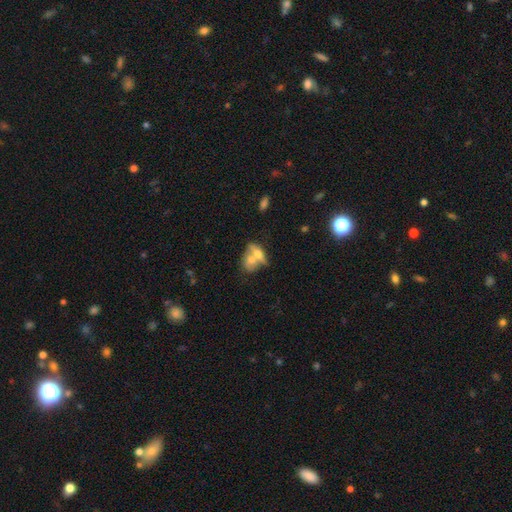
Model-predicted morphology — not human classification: smooth_or_featured: smooth (p=0.55) [alt: featured or disk p=0.37]
how_rounded: in between (p=0.66) [alt: round p=0.22]
merging: merger (p=0.65) [alt: none p=0.24]